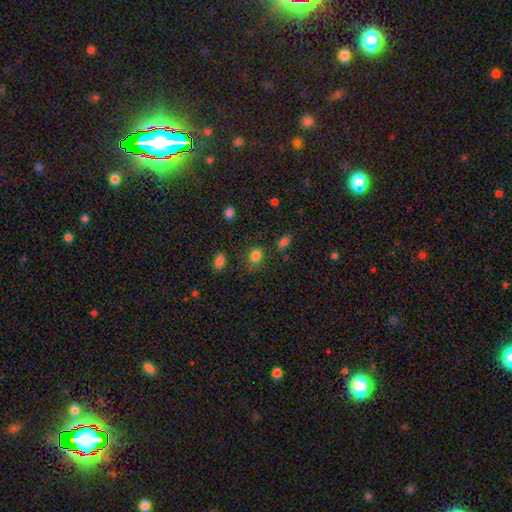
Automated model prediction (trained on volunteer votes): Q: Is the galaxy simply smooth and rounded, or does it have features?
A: smooth — 82%.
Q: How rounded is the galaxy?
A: round — 52%.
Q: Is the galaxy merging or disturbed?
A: none — 72%.